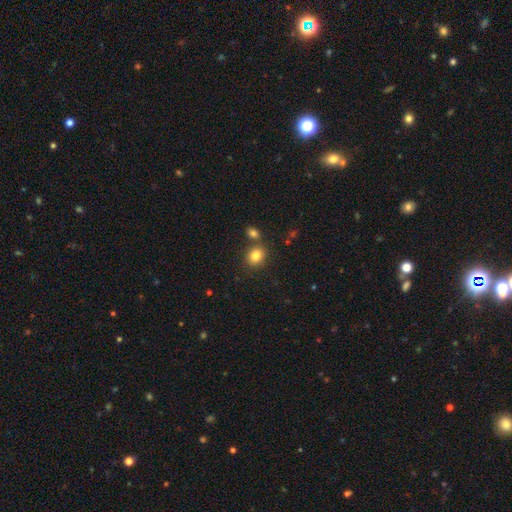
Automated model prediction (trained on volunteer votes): smooth 83%, star or artifact 10%, featured or disk 7%. Down the decision tree: how rounded — in between (51%); merging — none (68%).